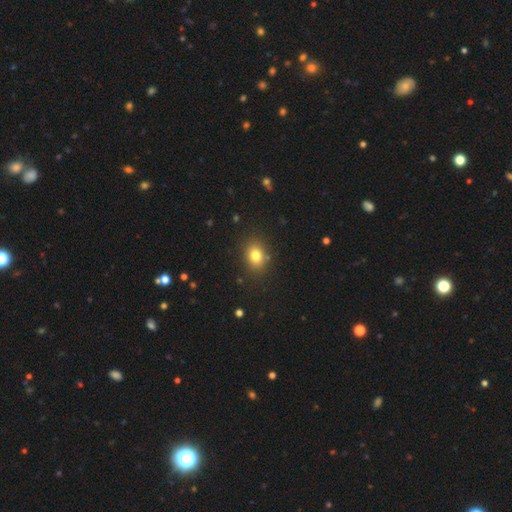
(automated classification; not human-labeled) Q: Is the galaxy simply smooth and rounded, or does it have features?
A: smooth — 79%.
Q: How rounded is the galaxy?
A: in between — 51%.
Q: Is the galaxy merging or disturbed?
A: none — 86%.